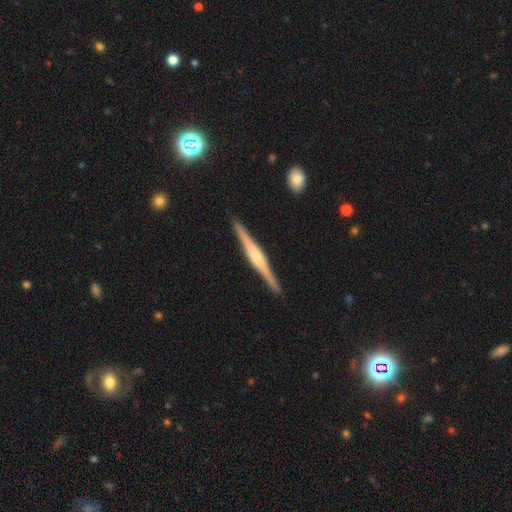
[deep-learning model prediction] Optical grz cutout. It shows a featured or disk galaxy (79%) viewed edge-on (98%) with a rounded central bulge (59%). Merging: none (91%).